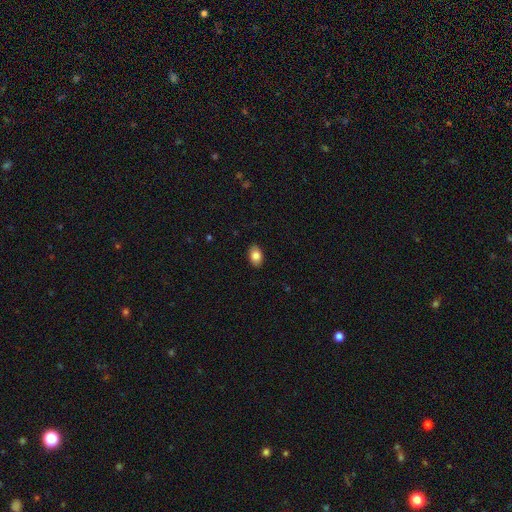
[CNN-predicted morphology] The model was most divided on "how rounded": in between: 86%, round: 13%, cigar-shaped: 1%. More confident: merging — none (89%); smooth or featured — smooth (85%).